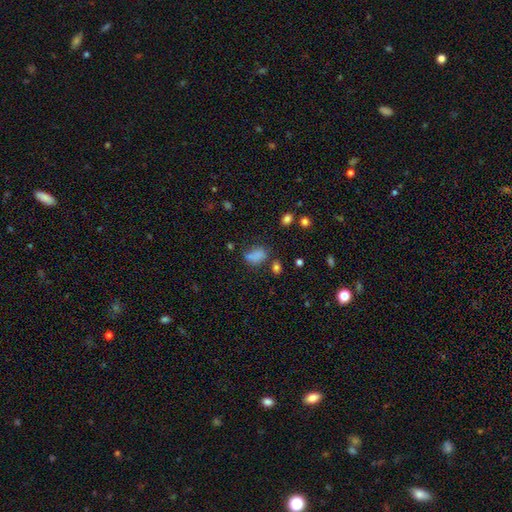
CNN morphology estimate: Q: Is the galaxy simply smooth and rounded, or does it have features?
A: smooth — 73%.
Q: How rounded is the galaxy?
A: in between — 79%.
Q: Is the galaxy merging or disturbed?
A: none — 44%.